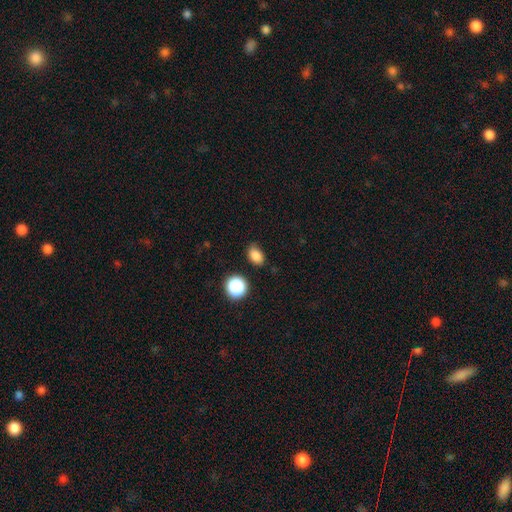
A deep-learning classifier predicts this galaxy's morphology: Smooth or featured?
  - smooth: 83% *
  - star or artifact: 12%
  - featured or disk: 5%
How rounded?
  - in between: 76% *
  - round: 23%
  - cigar-shaped: 1%
Merging?
  - none: 75% *
  - minor disturbance: 18%
  - major disturbance: 4%
  - merger: 3%